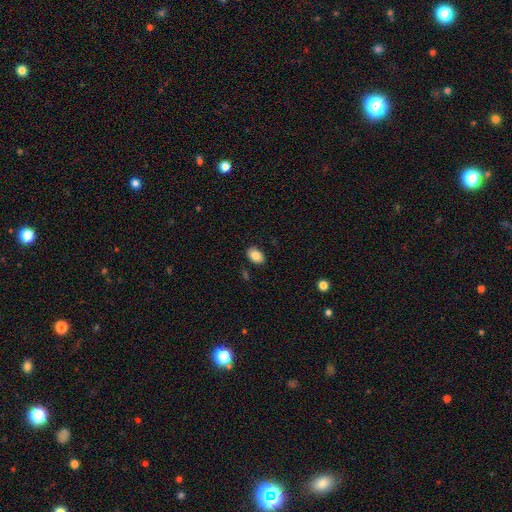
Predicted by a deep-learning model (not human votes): smooth-or-featured: smooth: 85% | star or artifact: 7% | featured or disk: 7%
  how-rounded: in between: 87% | round: 12% | cigar-shaped: 1%
  merging: none: 88% | minor disturbance: 9% | major disturbance: 2% | merger: 2%